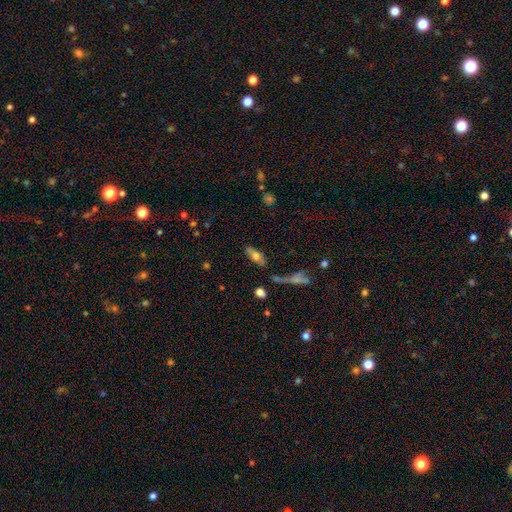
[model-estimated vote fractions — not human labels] A smooth galaxy with no disk features (63%) that is in between round and cigar-shaped (72%).

Vote fractions:
- Smooth or featured? smooth: 63% / featured or disk: 29% / star or artifact: 9%
- How rounded? in between: 72% / cigar-shaped: 25% / round: 3%
- Merging? none: 67% / minor disturbance: 17% / merger: 9% / major disturbance: 7%